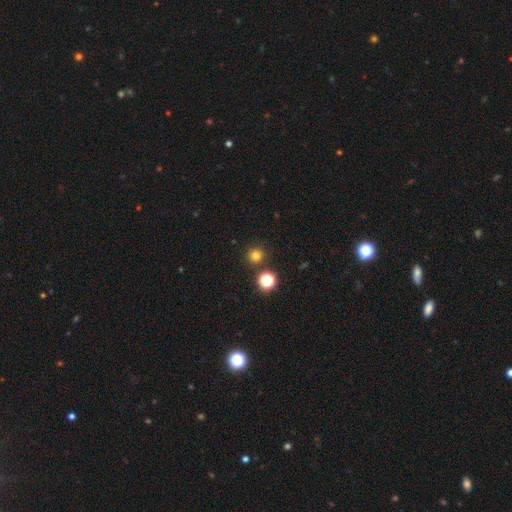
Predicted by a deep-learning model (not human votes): Smooth or featured?
  - smooth: 75% *
  - star or artifact: 19%
  - featured or disk: 6%
How rounded?
  - round: 94% *
  - in between: 5%
  - cigar-shaped: 1%
Merging?
  - none: 86% *
  - minor disturbance: 6%
  - merger: 5%
  - major disturbance: 3%